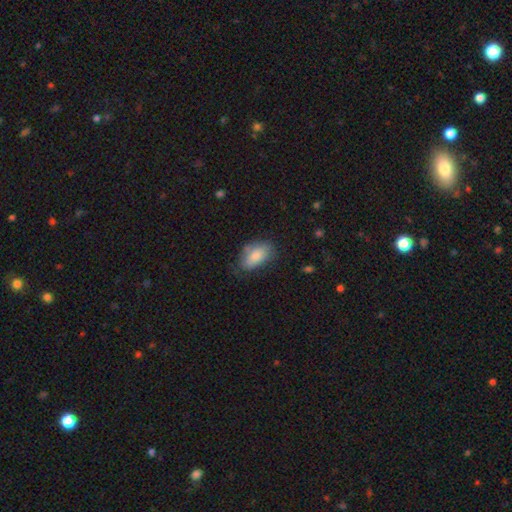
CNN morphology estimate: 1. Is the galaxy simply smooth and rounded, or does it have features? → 81% smooth, 12% featured or disk, 7% star or artifact.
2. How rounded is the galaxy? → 92% in between, 5% round, 2% cigar-shaped.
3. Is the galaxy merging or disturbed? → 62% none, 27% minor disturbance, 8% major disturbance, 3% merger.